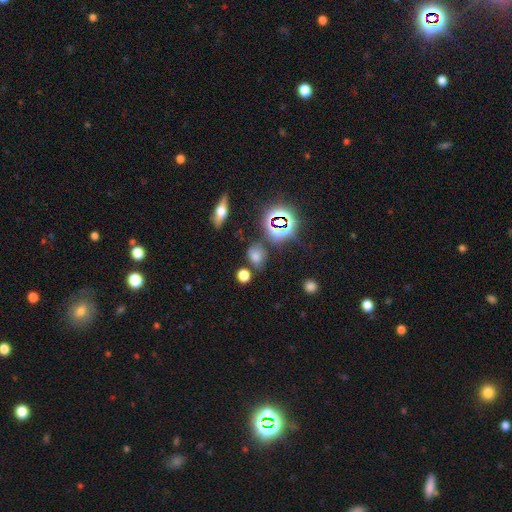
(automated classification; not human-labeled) Smooth or featured?
  - smooth: 62% *
  - star or artifact: 29%
  - featured or disk: 10%
How rounded?
  - in between: 58% *
  - round: 39%
  - cigar-shaped: 2%
Merging?
  - none: 70% *
  - minor disturbance: 17%
  - merger: 7%
  - major disturbance: 6%